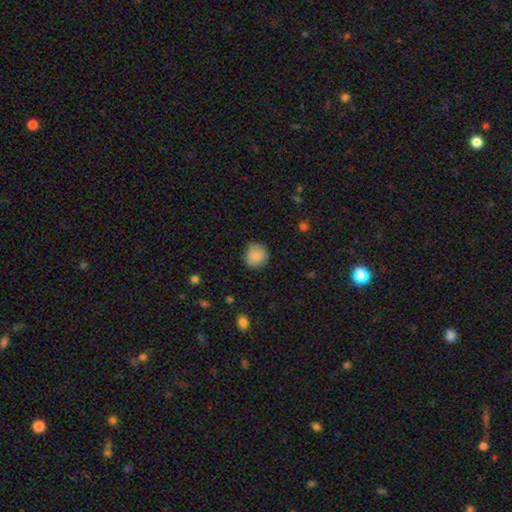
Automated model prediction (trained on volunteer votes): This is clearly a smooth galaxy (87%). How rounded: clearly round (85%). Merging: likely none (78%).